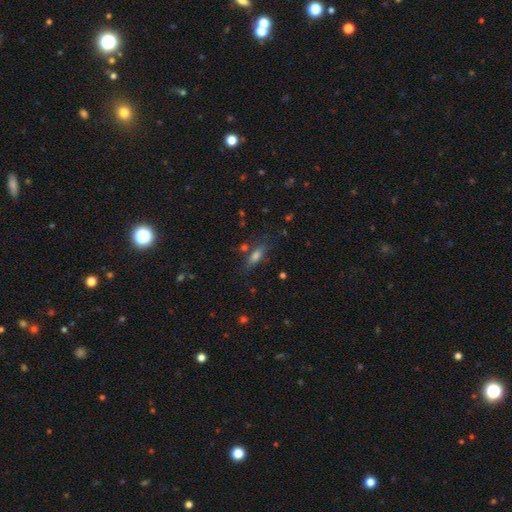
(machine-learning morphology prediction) type=smooth (69%); roundness=in between (57%); merging=none (72%).